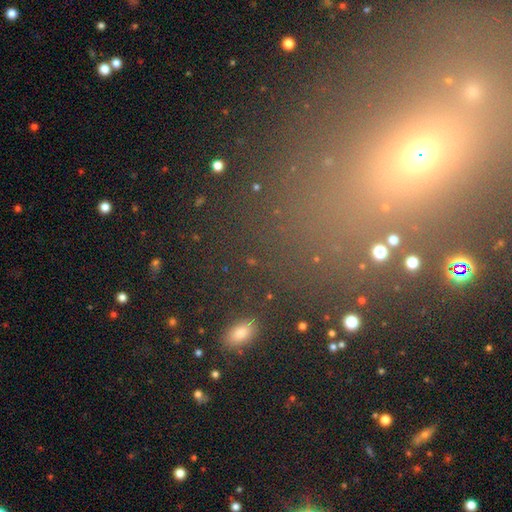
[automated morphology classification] This appears to be a star or artifact, not a galaxy (54%).